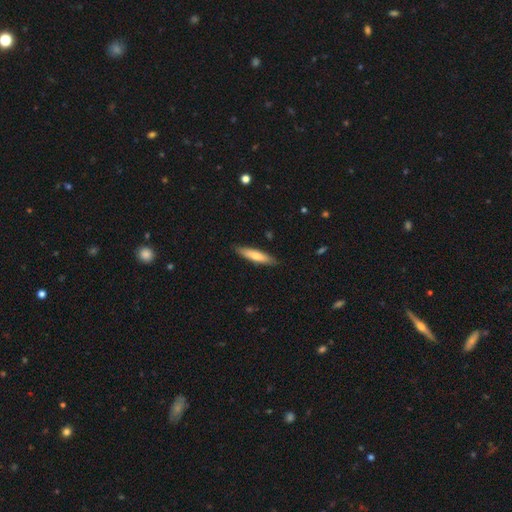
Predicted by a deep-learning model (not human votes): A smooth galaxy with no disk features (65%) that is cigar-shaped (79%). Merging: none (88%).